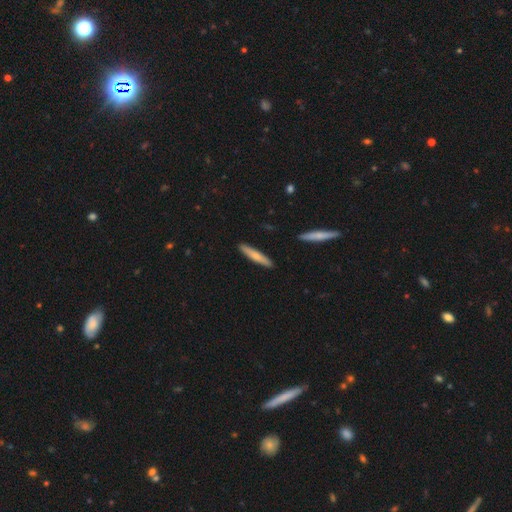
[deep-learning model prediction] Smooth or featured? Predicted: smooth (p=0.65). How rounded? Predicted: cigar-shaped (p=0.90). Merging? Predicted: none (p=0.90).